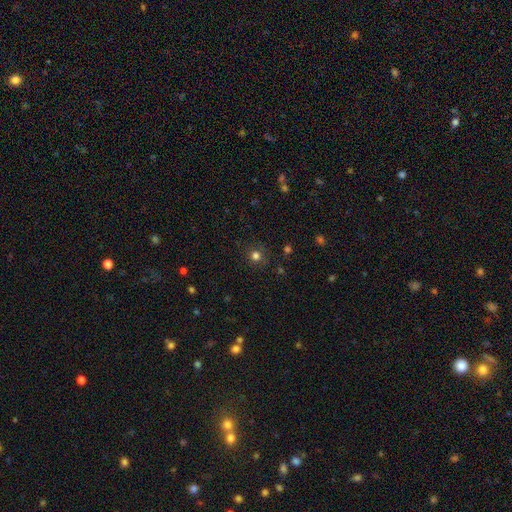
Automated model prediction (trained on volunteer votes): Smooth or featured: smooth — 75% (star or artifact — 19%)
How rounded: round — 91% (in between — 9%)
Merging: none — 87% (minor disturbance — 9%)